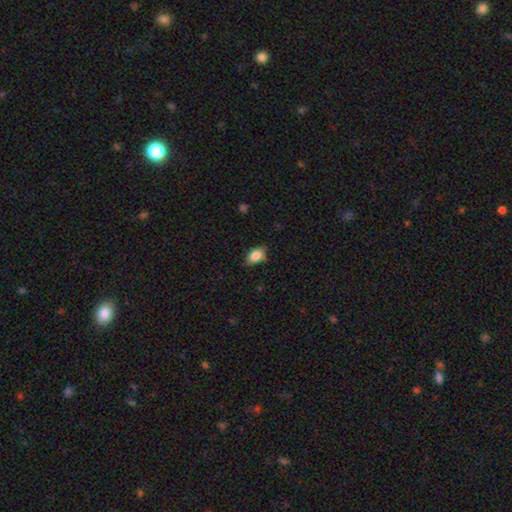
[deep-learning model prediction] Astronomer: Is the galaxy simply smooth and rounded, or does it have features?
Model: smooth — 86%.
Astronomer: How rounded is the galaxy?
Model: in between — 85%.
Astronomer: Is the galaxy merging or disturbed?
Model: none — 77%.